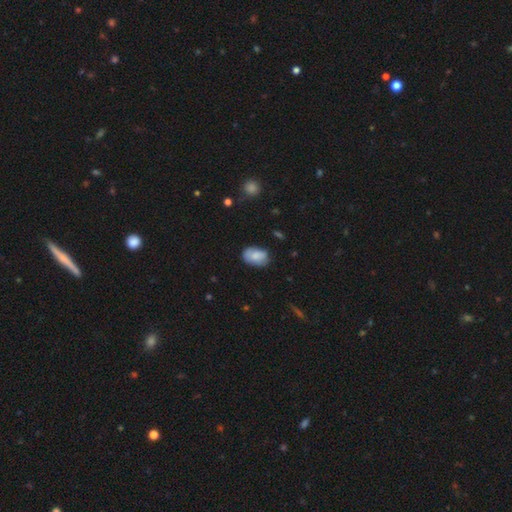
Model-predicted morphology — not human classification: A smooth galaxy with no disk features (77%) that is in between round and cigar-shaped (86%).

Vote fractions:
- Smooth or featured? smooth: 77% / featured or disk: 16% / star or artifact: 7%
- How rounded? in between: 86% / round: 13% / cigar-shaped: 1%
- Merging? none: 69% / minor disturbance: 24% / major disturbance: 5% / merger: 2%